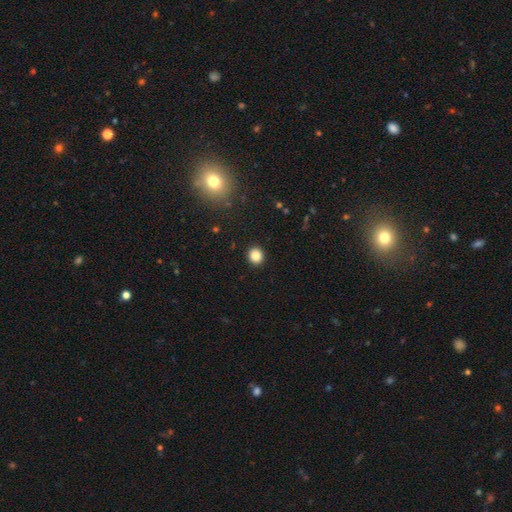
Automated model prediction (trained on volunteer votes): This appears to be a smooth galaxy with no disk features (86%) that is round (84%). Merging: none (92%).